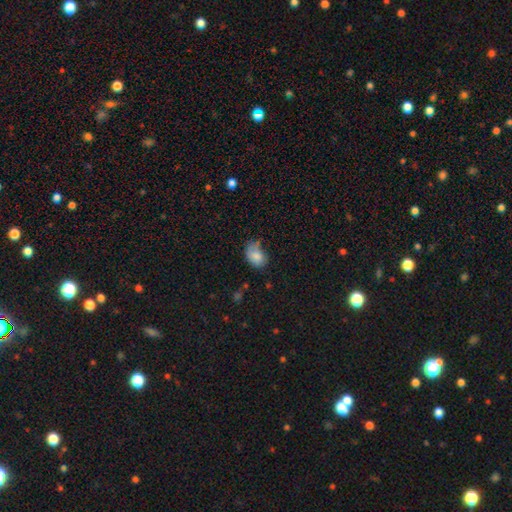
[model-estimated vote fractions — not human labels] smooth-or-featured: smooth: 80% | featured or disk: 12% | star or artifact: 8%
  how-rounded: in between: 77% | round: 22% | cigar-shaped: 1%
  merging: none: 41% | minor disturbance: 37% | major disturbance: 16% | merger: 5%